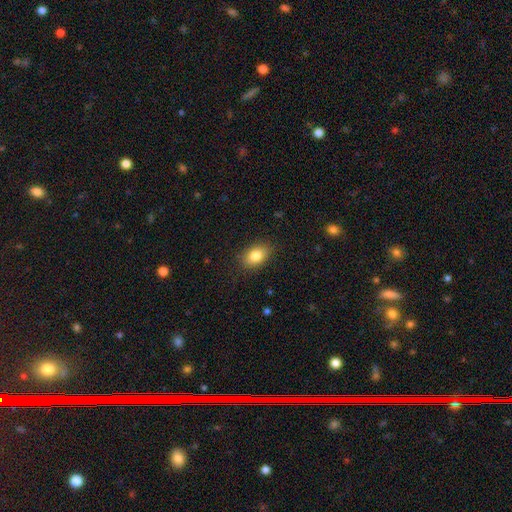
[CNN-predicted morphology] smooth_or_featured: smooth (p=0.82) [alt: featured or disk p=0.09]
how_rounded: in between (p=0.82) [alt: round p=0.17]
merging: none (p=0.86) [alt: minor disturbance p=0.11]